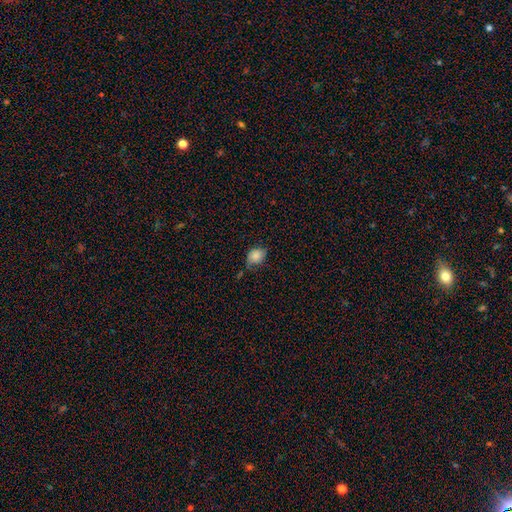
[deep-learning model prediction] Smooth or featured?
  - smooth: 79% *
  - featured or disk: 13%
  - star or artifact: 9%
How rounded?
  - in between: 69% *
  - round: 30%
  - cigar-shaped: 1%
Merging?
  - none: 52% *
  - minor disturbance: 35%
  - major disturbance: 10%
  - merger: 3%